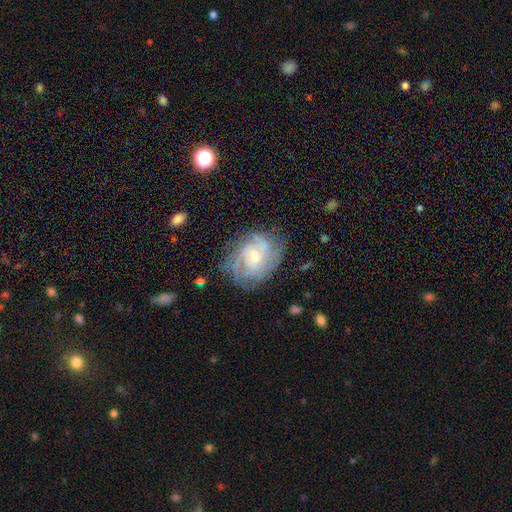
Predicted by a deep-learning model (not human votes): smooth_or_featured: featured or disk (p=0.75) [alt: smooth p=0.16]
disk_edge_on: no (p=0.97) [alt: yes p=0.03]
bar: no (p=0.61) [alt: weak p=0.33]
has_spiral_arms: yes (p=0.89) [alt: no p=0.11]
spiral_winding: tight (p=0.59) [alt: medium p=0.31]
spiral_arm_count: can't tell (p=0.46) [alt: 3 p=0.15]
bulge_size: small (p=0.58) [alt: moderate p=0.36]
merging: none (p=0.71) [alt: minor disturbance p=0.19]